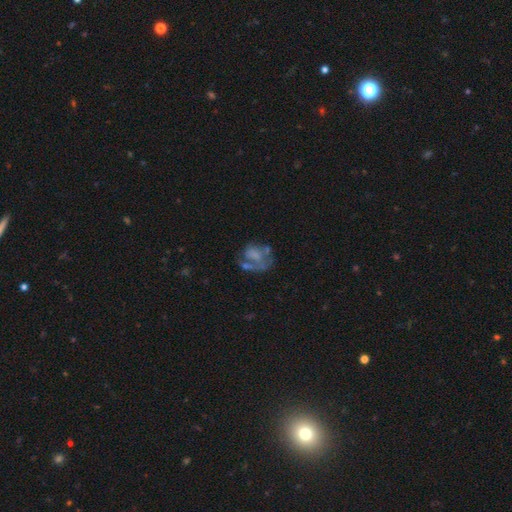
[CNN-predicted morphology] Q: Smooth or featured?
A: featured or disk (48%); runner-up: smooth (40%)
Q: Merging?
A: major disturbance (36%); runner-up: none (30%)